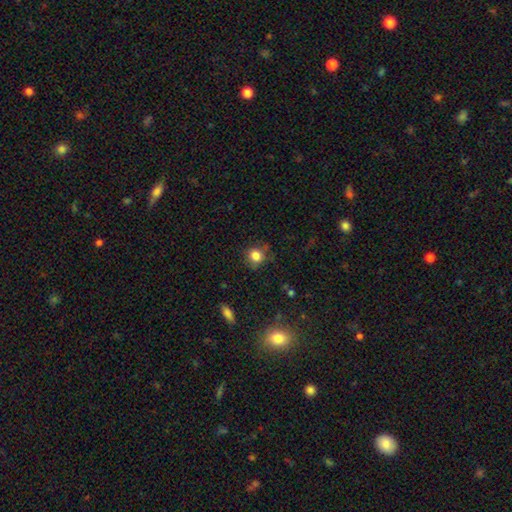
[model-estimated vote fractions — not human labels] Smooth or featured? smooth (82%)
How rounded? round (84%)
Merging? none (74%)